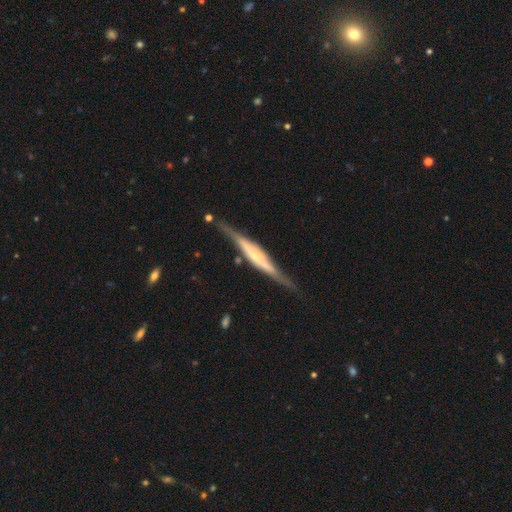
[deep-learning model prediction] featured or disk 78%, smooth 17%, star or artifact 5%. Down the decision tree: edge-on disk — yes (95%); edge-on bulge — rounded (57%); merging — none (79%).